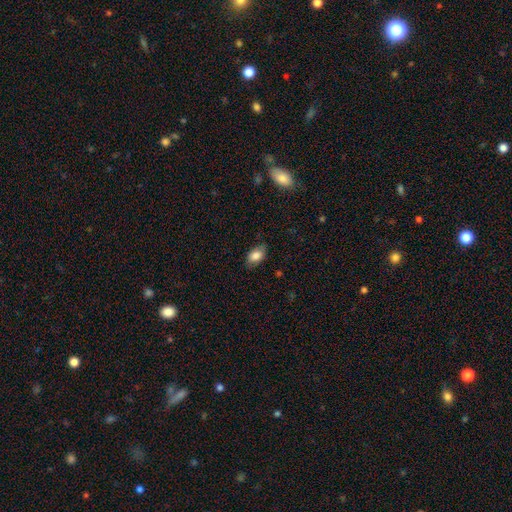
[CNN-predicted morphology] A smooth galaxy with no disk features (82%) that is in between round and cigar-shaped (90%).

Vote fractions:
- Smooth or featured? smooth: 82% / featured or disk: 11% / star or artifact: 8%
- How rounded? in between: 90% / round: 8% / cigar-shaped: 2%
- Merging? none: 78% / minor disturbance: 17% / major disturbance: 4% / merger: 1%